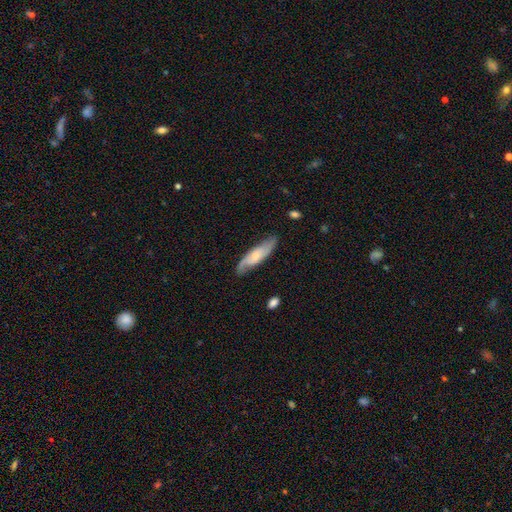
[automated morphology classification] This is possibly a featured or disk galaxy (58%). It is likely not viewed edge-on (74%). Merging: likely none (77%).